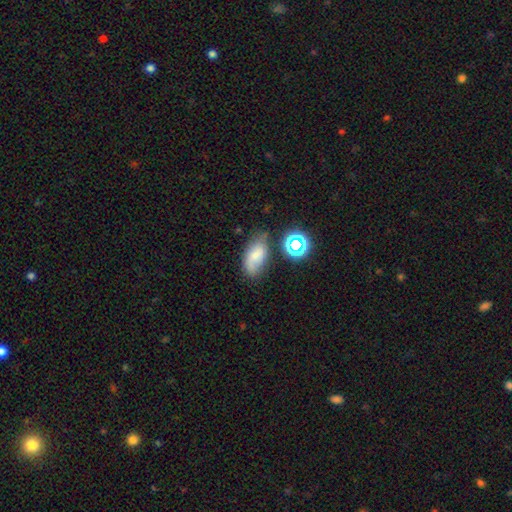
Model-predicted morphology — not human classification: Q: Smooth or featured?
A: smooth (59%); runner-up: featured or disk (25%)
Q: How rounded?
A: in between (88%); runner-up: round (8%)
Q: Merging?
A: none (58%); runner-up: minor disturbance (27%)